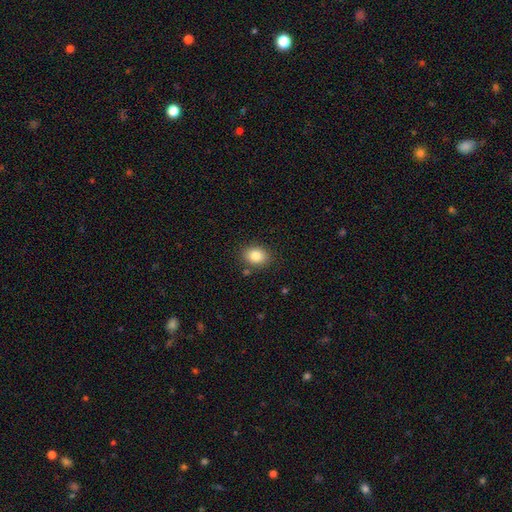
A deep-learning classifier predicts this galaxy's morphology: smooth-or-featured: smooth: 84% | star or artifact: 9% | featured or disk: 7%
  how-rounded: in between: 63% | round: 36% | cigar-shaped: 1%
  merging: none: 84% | minor disturbance: 10% | merger: 3% | major disturbance: 3%